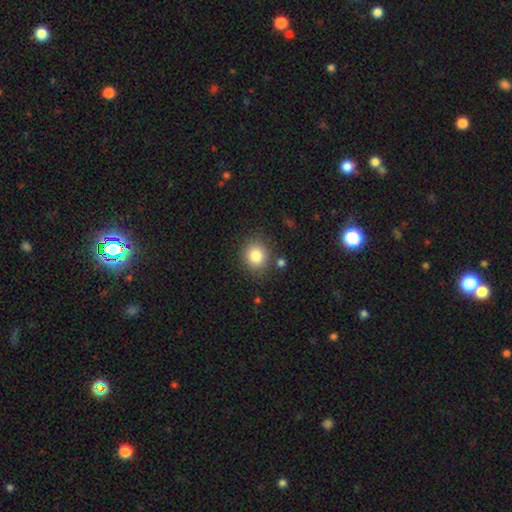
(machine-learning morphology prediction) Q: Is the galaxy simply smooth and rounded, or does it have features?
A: smooth — 82%.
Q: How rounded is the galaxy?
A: round — 82%.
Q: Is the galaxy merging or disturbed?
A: none — 82%.